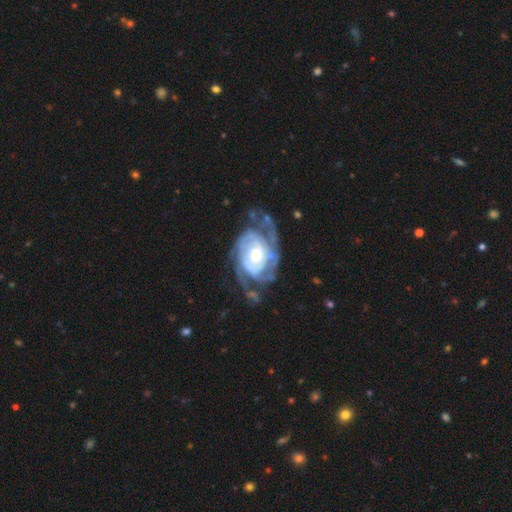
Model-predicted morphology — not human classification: Smooth or featured: featured or disk — 87% (smooth — 8%)
Edge-on disk: no — 97% (yes — 3%)
Bar: no — 71% (weak — 22%)
Spiral arms: yes — 94% (no — 6%)
Spiral winding: tight — 59% (medium — 31%)
Spiral arm count: 2 — 40% (can't tell — 27%)
Bulge size: moderate — 50% (small — 33%)
Merging: none — 55% (minor disturbance — 22%)